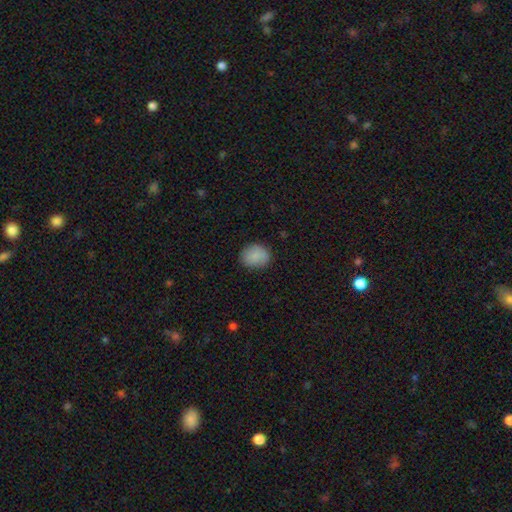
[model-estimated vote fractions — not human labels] This is clearly a smooth galaxy (86%). How rounded: likely round (63%). Merging: clearly none (84%).